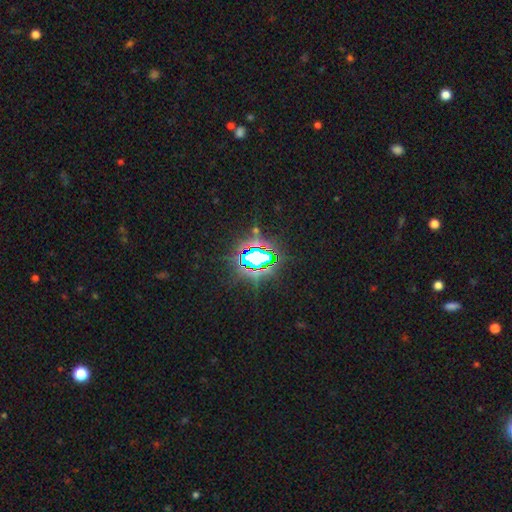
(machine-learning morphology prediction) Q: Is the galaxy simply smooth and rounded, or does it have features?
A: star or artifact — 76%.